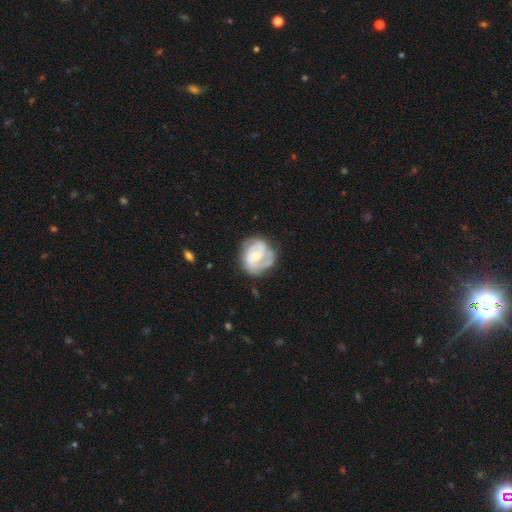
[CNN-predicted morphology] Q: Smooth or featured?
A: featured or disk (79%); runner-up: smooth (16%)
Q: Edge-on disk?
A: no (98%); runner-up: yes (2%)
Q: Bar?
A: no (61%); runner-up: weak (32%)
Q: Spiral arms?
A: yes (91%); runner-up: no (9%)
Q: Spiral winding?
A: tight (52%); runner-up: medium (37%)
Q: Spiral arm count?
A: 2 (44%); runner-up: 3 (22%)
Q: Bulge size?
A: moderate (49%); runner-up: small (44%)
Q: Merging?
A: none (66%); runner-up: minor disturbance (22%)